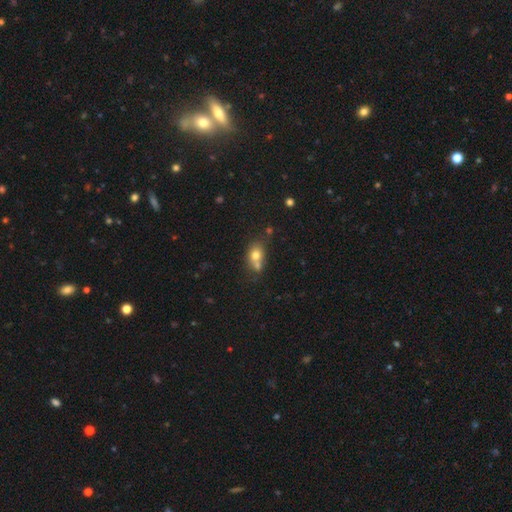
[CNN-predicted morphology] Smooth or featured: smooth — 72% (featured or disk — 16%)
How rounded: in between — 55% (round — 43%)
Merging: merger — 44% (none — 38%)